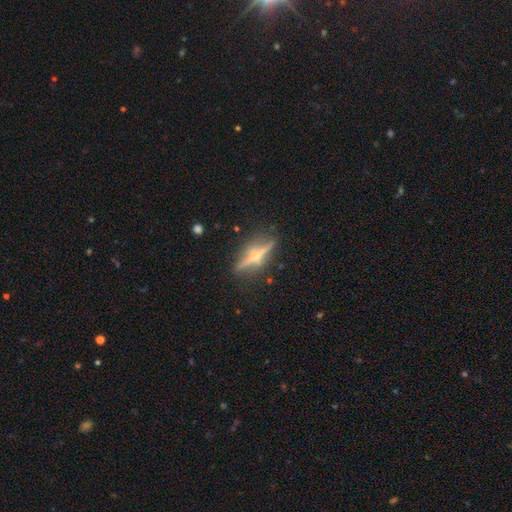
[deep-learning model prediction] Q: Smooth or featured?
A: featured or disk (74%); runner-up: smooth (18%)
Q: Edge-on disk?
A: yes (93%); runner-up: no (7%)
Q: Edge-on bulge?
A: rounded (84%); runner-up: none (10%)
Q: Merging?
A: none (81%); runner-up: minor disturbance (12%)